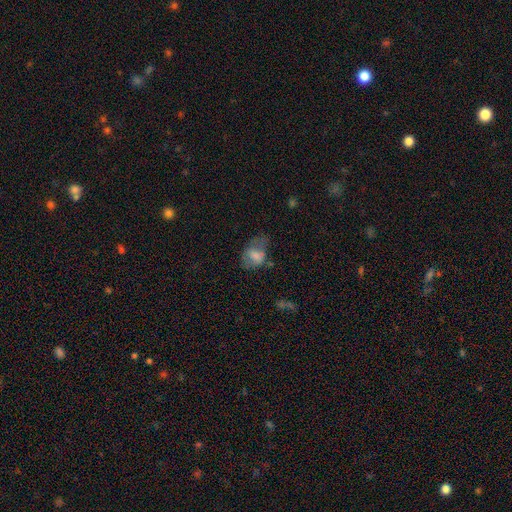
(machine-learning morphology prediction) This appears to be a smooth galaxy with no disk features (66%) that is in between round and cigar-shaped (79%). Merging: none (35%).